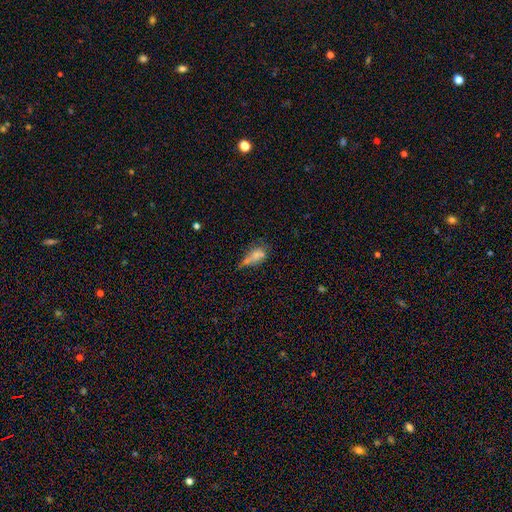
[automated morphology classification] This appears to be a smooth galaxy with no disk features (59%) that is in between round and cigar-shaped (75%). Merging: none (32%).